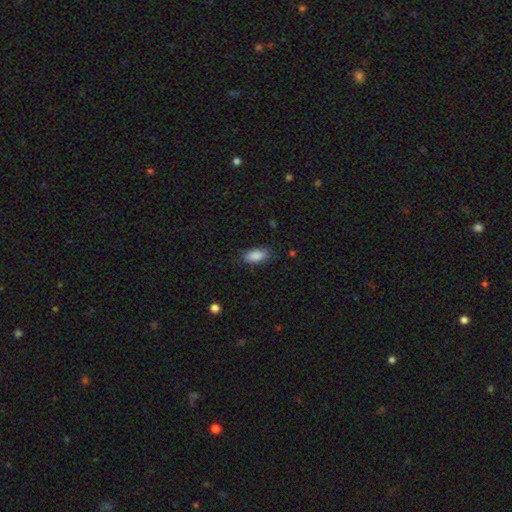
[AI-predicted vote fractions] A smooth galaxy with no disk features (88%) that is in between round and cigar-shaped (90%). Merging: none (83%).